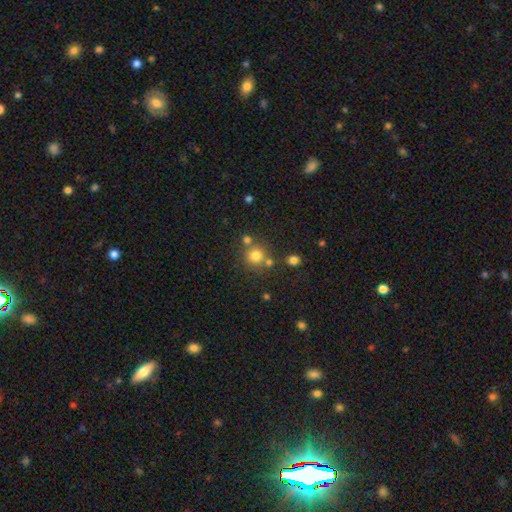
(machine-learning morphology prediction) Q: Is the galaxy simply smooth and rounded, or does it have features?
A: smooth — 76%.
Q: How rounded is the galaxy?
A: round — 91%.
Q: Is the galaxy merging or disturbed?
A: none — 70%.